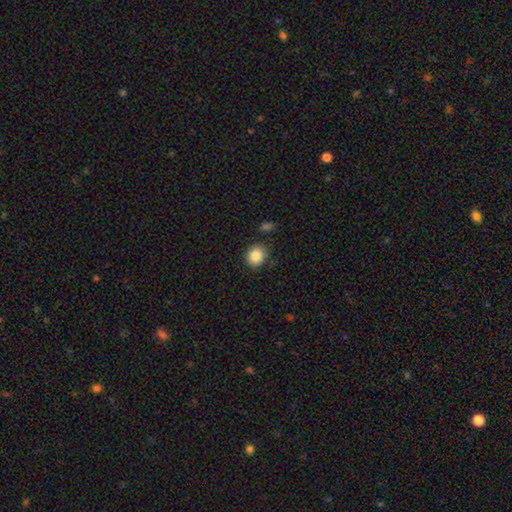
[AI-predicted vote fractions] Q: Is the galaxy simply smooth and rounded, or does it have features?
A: smooth — 86%.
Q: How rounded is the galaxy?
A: round — 72%.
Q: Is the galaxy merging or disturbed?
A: none — 83%.